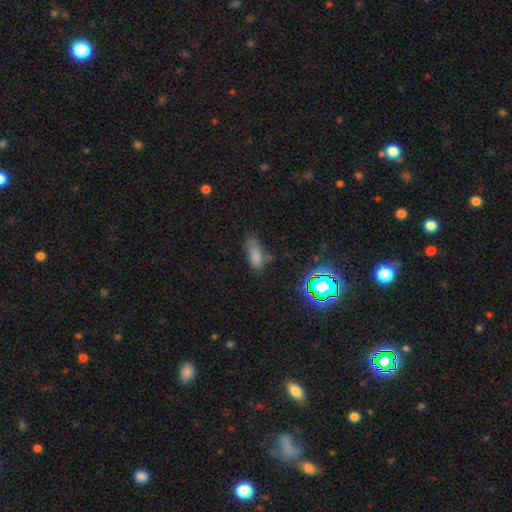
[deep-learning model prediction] Smooth or featured: smooth — 72% (star or artifact — 18%)
How rounded: in between — 75% (cigar-shaped — 21%)
Merging: none — 46% (minor disturbance — 31%)